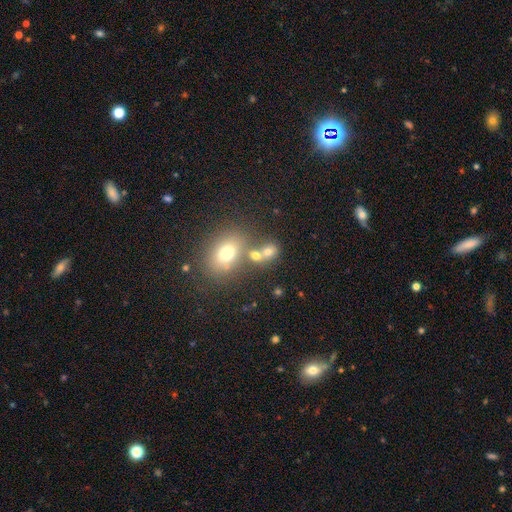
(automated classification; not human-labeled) This appears to be a smooth galaxy with no disk features (68%) that is in between round and cigar-shaped (51%). Merging: merger (47%).